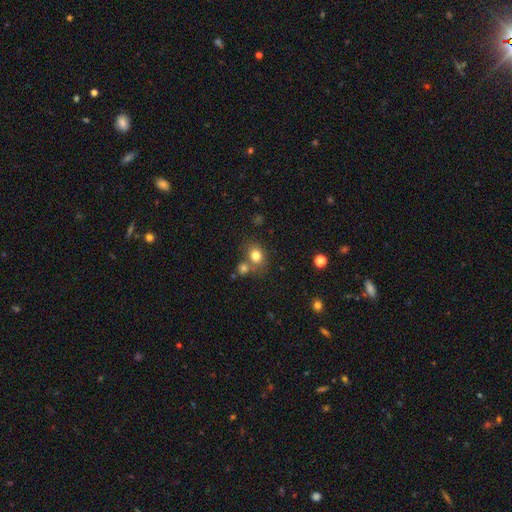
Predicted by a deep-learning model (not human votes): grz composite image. It shows a smooth galaxy with no disk features (79%) that is round (65%). Merging: none (59%).